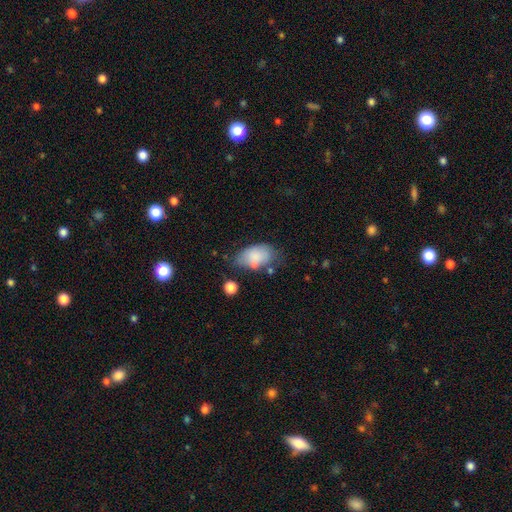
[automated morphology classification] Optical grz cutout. It shows a smooth galaxy with no disk features (77%) that is in between round and cigar-shaped (92%). Merging: none (50%).